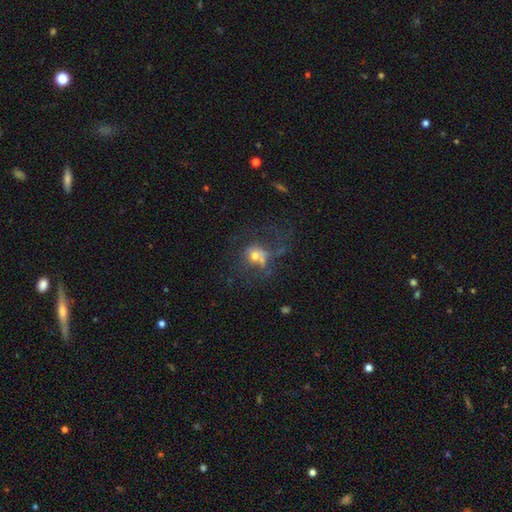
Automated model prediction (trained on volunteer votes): Morphology: type=smooth (46%); merging=none (34%).